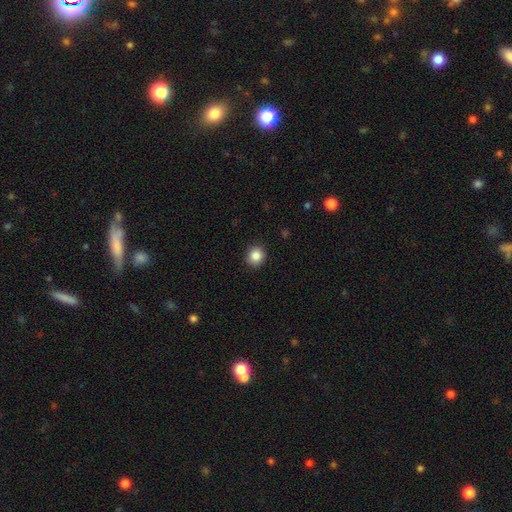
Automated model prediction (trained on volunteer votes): A smooth galaxy with no disk features (86%) that is round (87%). Merging: none (91%).